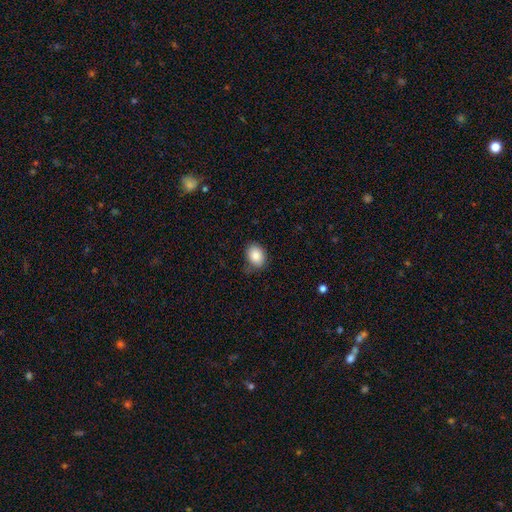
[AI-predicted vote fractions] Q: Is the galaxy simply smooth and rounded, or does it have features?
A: smooth — 87%.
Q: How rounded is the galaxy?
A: in between — 59%.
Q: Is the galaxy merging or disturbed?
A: none — 72%.